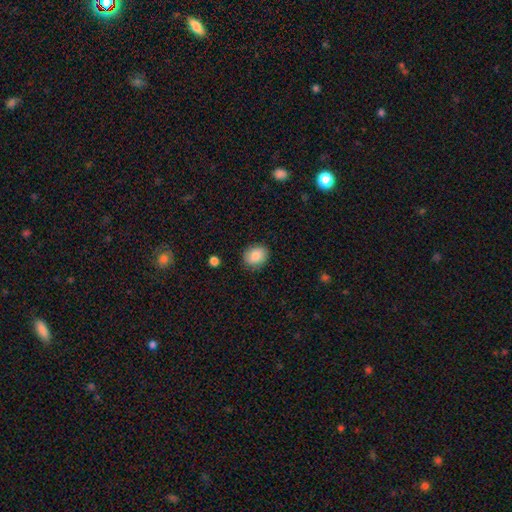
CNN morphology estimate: Smooth or featured? smooth (86%)
How rounded? round (57%)
Merging? none (87%)